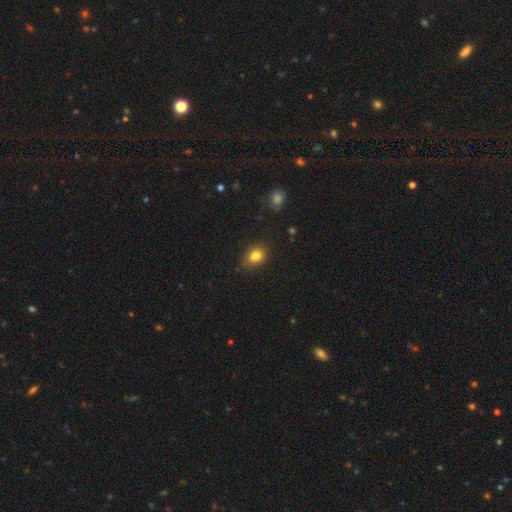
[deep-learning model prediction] A smooth galaxy with no disk features (81%) that is in between round and cigar-shaped (62%).

Vote fractions:
- Smooth or featured? smooth: 81% / star or artifact: 11% / featured or disk: 7%
- How rounded? in between: 62% / round: 36% / cigar-shaped: 1%
- Merging? none: 71% / minor disturbance: 21% / merger: 4% / major disturbance: 4%